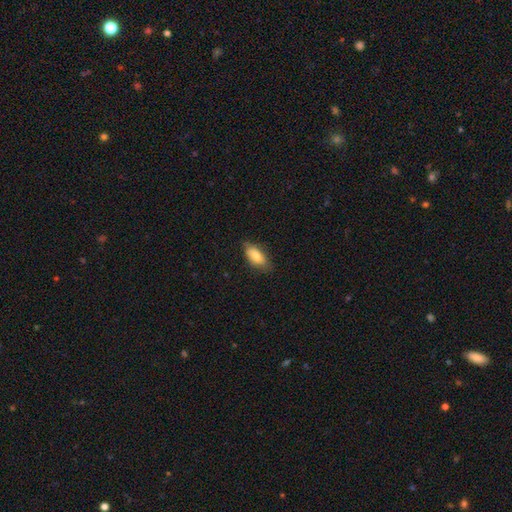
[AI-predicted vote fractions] Smooth or featured: smooth — 78% (featured or disk — 16%)
How rounded: in between — 85% (cigar-shaped — 12%)
Merging: none — 75% (minor disturbance — 21%)